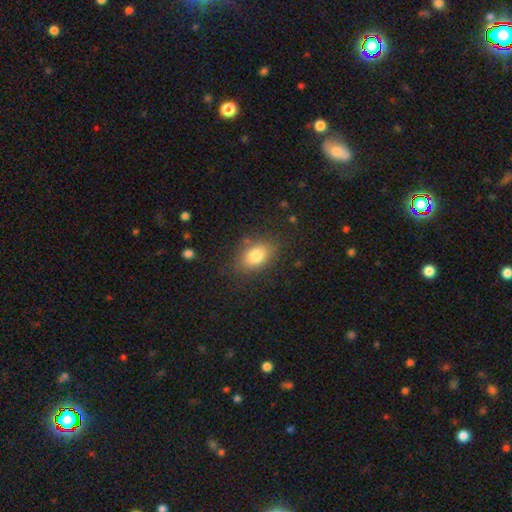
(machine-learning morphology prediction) This is likely a smooth galaxy (80%). How rounded: clearly in between (80%). Merging: likely none (79%).